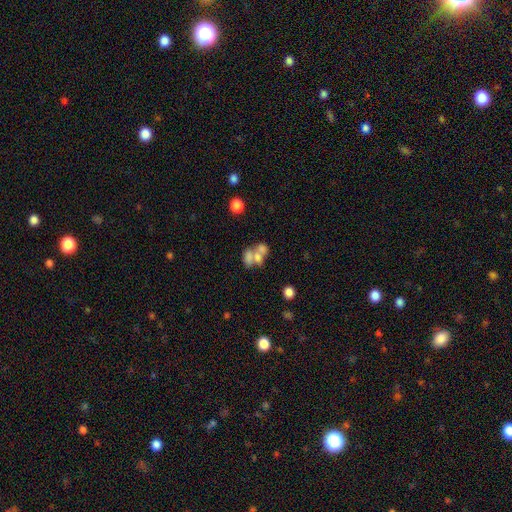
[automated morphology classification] smooth 59%, featured or disk 29%, star or artifact 13%. Down the decision tree: how rounded — in between (70%); merging — merger (66%).